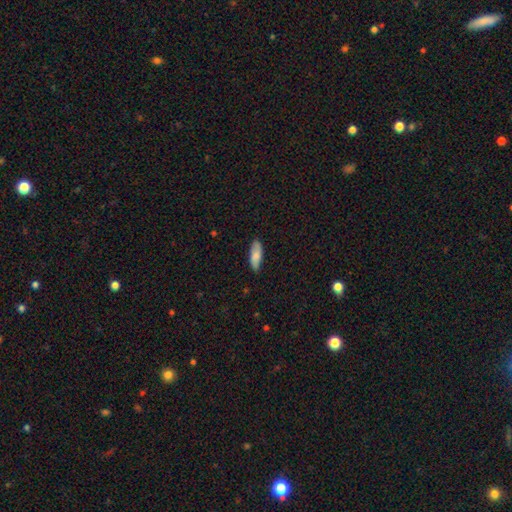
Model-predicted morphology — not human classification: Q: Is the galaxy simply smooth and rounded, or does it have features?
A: smooth — 78%.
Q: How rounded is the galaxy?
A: in between — 68%.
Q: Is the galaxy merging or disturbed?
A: none — 82%.